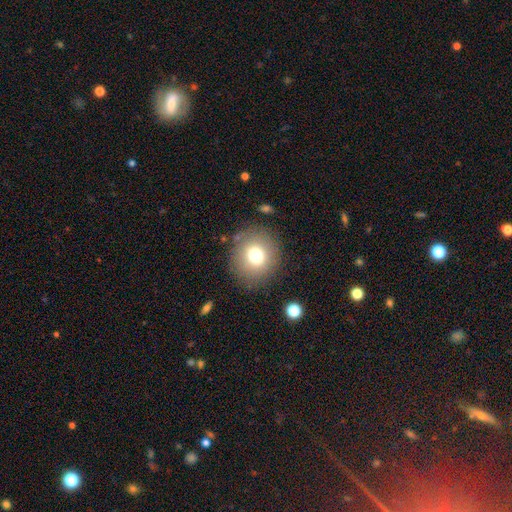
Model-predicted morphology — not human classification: A smooth galaxy with no disk features (74%) that is round (90%). Merging: none (85%).